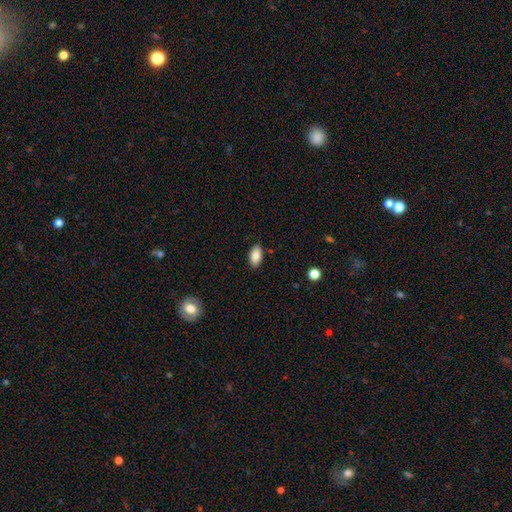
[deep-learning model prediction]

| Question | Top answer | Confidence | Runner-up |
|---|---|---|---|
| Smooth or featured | smooth | 85% | featured or disk (8%) |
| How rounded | in between | 93% | cigar-shaped (3%) |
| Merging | none | 88% | minor disturbance (9%) |